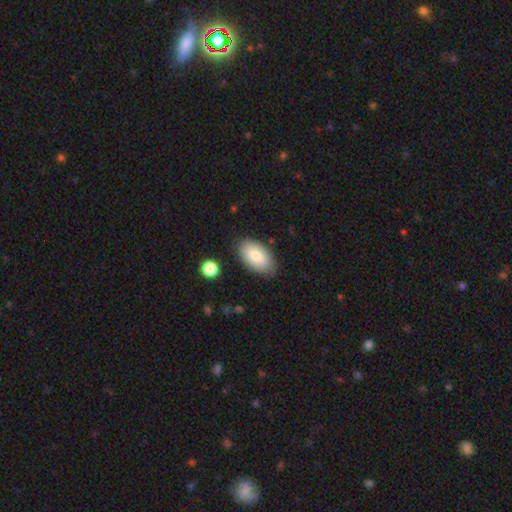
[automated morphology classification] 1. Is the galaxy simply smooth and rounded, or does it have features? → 80% smooth, 13% featured or disk, 7% star or artifact.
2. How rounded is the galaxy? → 94% in between, 4% round, 2% cigar-shaped.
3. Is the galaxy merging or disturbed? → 83% none, 12% minor disturbance, 3% major disturbance, 2% merger.